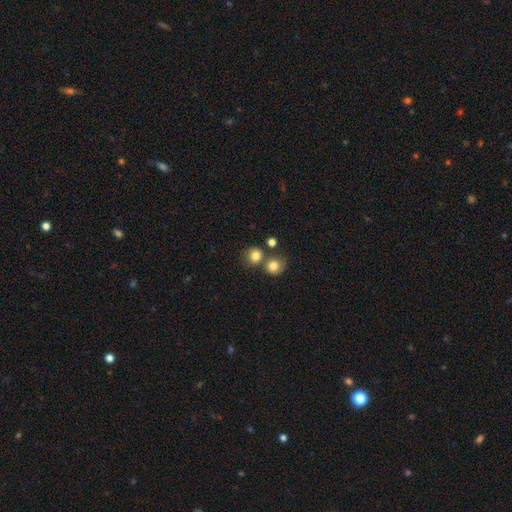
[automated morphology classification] This appears to be a smooth galaxy with no disk features (80%) that is round (85%). Merging: none (58%).